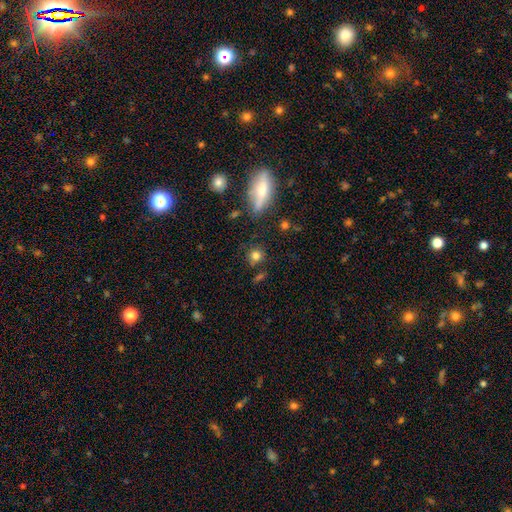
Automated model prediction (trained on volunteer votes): Overall: smooth (79%). How rounded: round (85%). Merging: none (78%).